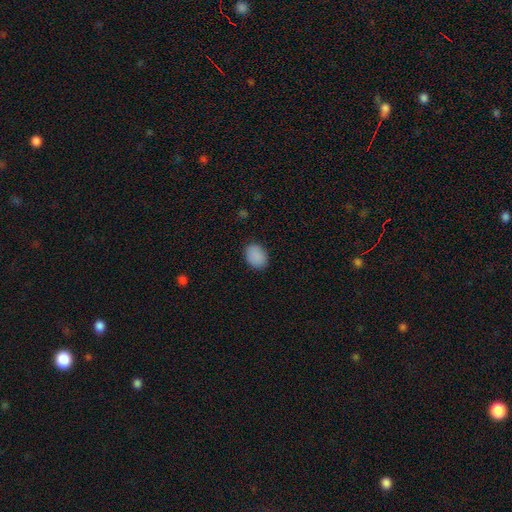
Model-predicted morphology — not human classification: Smooth or featured?
  - smooth: 89% *
  - star or artifact: 8%
  - featured or disk: 3%
How rounded?
  - in between: 68% *
  - round: 32%
  - cigar-shaped: 1%
Merging?
  - none: 87% *
  - minor disturbance: 9%
  - major disturbance: 2%
  - merger: 1%